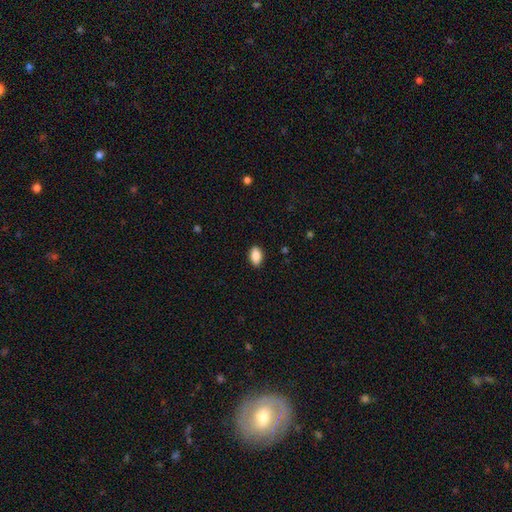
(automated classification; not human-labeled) smooth-or-featured: smooth: 88% | star or artifact: 7% | featured or disk: 5%
  how-rounded: in between: 91% | round: 7% | cigar-shaped: 2%
  merging: none: 89% | minor disturbance: 8% | major disturbance: 2% | merger: 1%